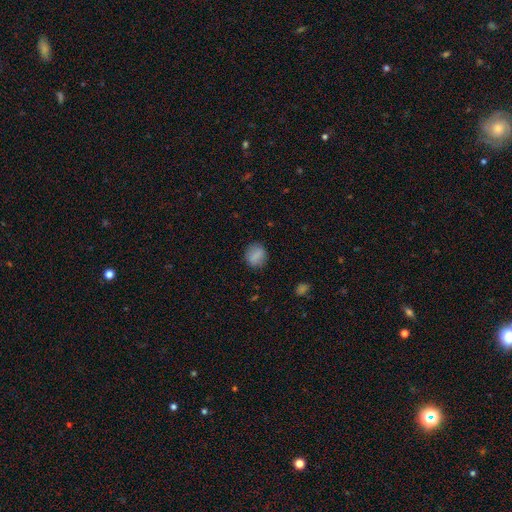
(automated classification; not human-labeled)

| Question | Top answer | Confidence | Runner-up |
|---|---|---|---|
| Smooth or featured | smooth | 83% | star or artifact (9%) |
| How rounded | round | 66% | in between (32%) |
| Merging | none | 84% | minor disturbance (12%) |